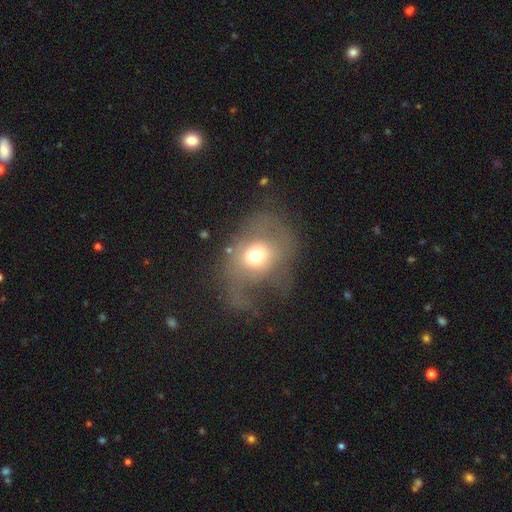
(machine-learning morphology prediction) Overall: smooth (54%; featured or disk 34%). How rounded: in between (50%; round 48%). Merging: major disturbance (48%; none 30%).